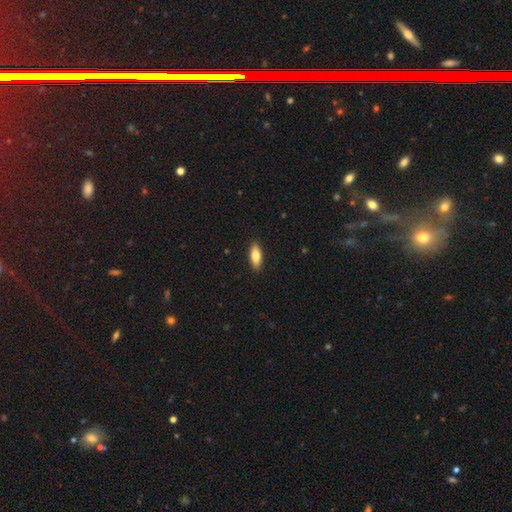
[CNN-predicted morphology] A smooth galaxy with no disk features (75%) that is in between round and cigar-shaped (72%). Merging: none (90%).